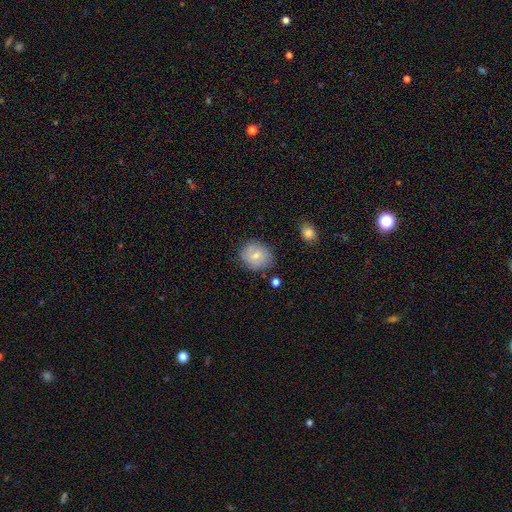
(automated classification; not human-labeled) This is likely a smooth galaxy (62%). How rounded: likely round (70%). Merging: likely none (76%).